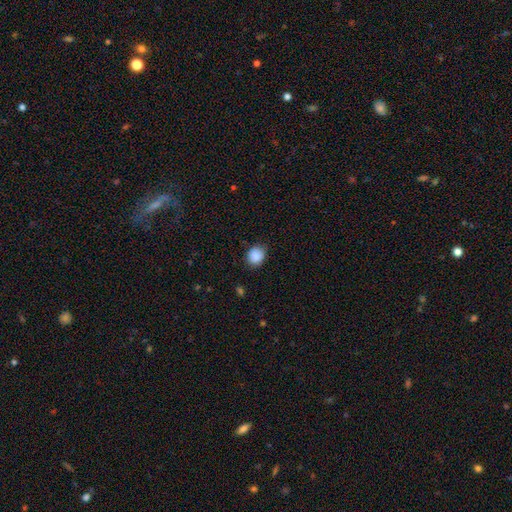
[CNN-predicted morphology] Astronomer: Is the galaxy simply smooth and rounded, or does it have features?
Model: smooth — 88%.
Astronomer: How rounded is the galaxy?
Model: round — 69%.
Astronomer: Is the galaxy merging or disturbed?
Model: none — 81%.